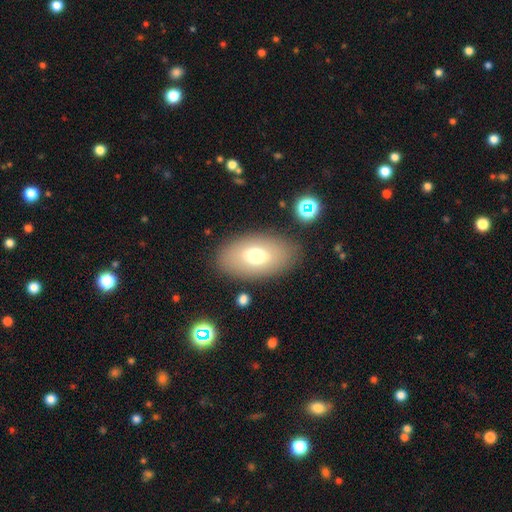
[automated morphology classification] Overall: smooth (69%). How rounded: in between (91%). Merging: none (82%).